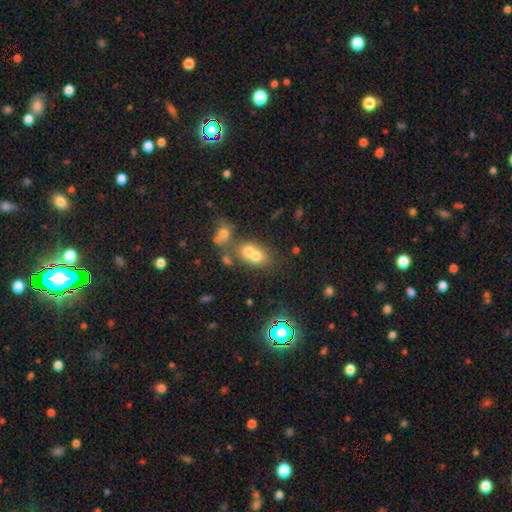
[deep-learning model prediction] A smooth galaxy with no disk features (63%) that is round (62%). Merging: merger (62%).